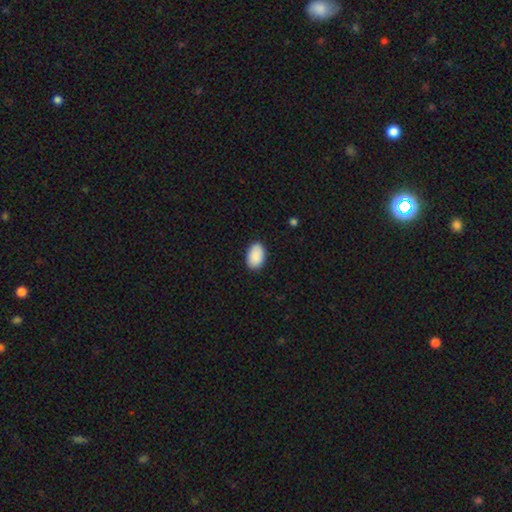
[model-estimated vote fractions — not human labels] A smooth galaxy with no disk features (91%) that is in between round and cigar-shaped (91%). Merging: none (88%).